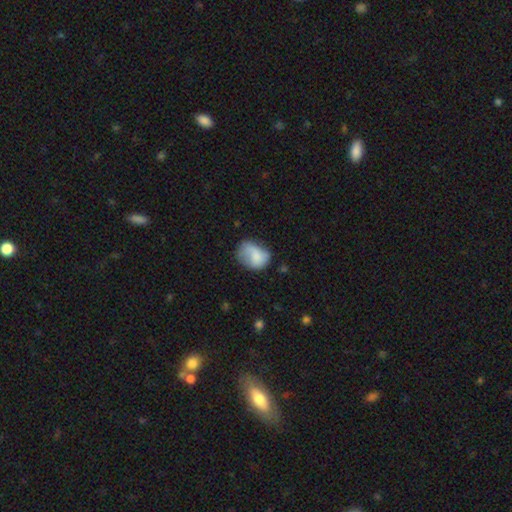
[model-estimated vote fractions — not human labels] Smooth or featured? smooth (72%)
How rounded? in between (61%)
Merging? none (36%, tied with minor disturbance)